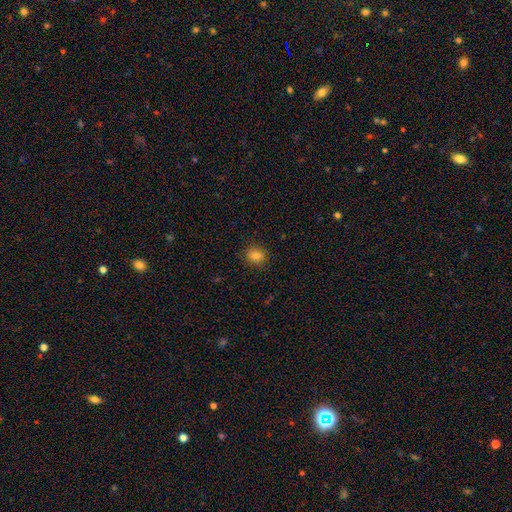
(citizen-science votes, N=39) Q: Smooth or featured?
A: smooth (92%); runner-up: star or artifact (5%)
Q: How rounded?
A: round (61%); runner-up: in between (39%)
Q: Merging?
A: none (89%); runner-up: minor disturbance (5%)